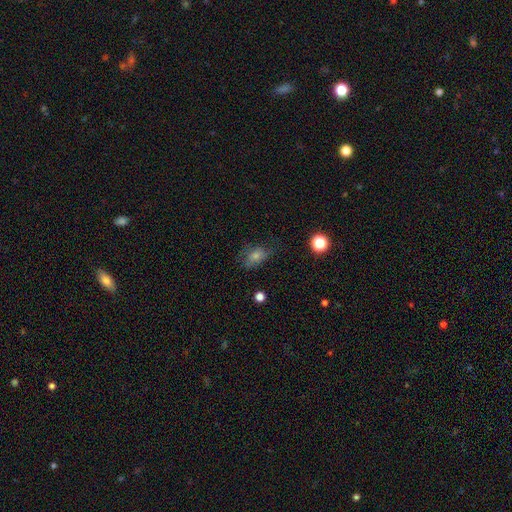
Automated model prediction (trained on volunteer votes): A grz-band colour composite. It shows a smooth galaxy with no disk features (55%) that is in between round and cigar-shaped (72%). Merging: none (61%).